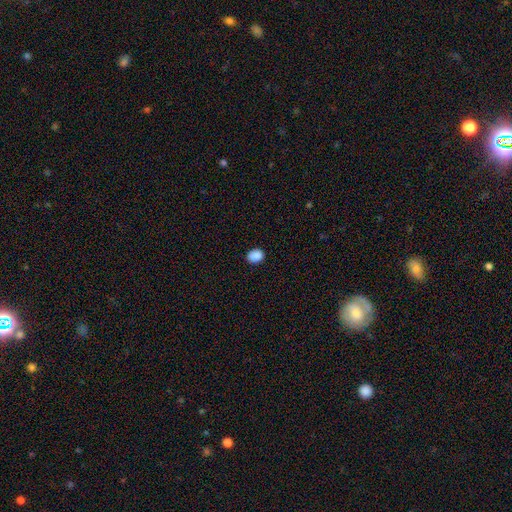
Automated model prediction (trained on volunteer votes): Overall: smooth (88%). How rounded: in between (56%; round 43%). Merging: none (86%).